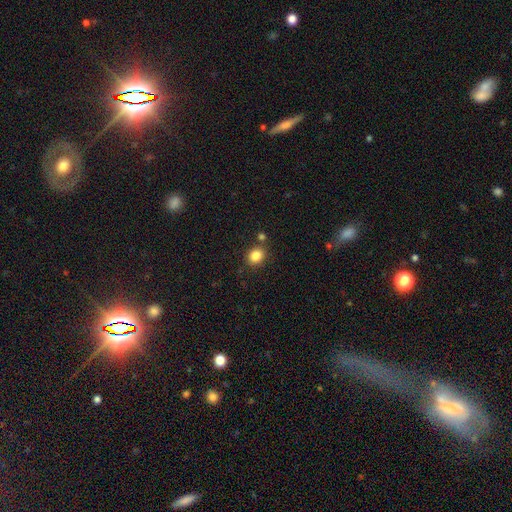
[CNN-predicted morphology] smooth-or-featured: smooth: 84% | star or artifact: 10% | featured or disk: 5%
  how-rounded: round: 62% | in between: 37% | cigar-shaped: 1%
  merging: none: 80% | minor disturbance: 10% | merger: 8% | major disturbance: 3%